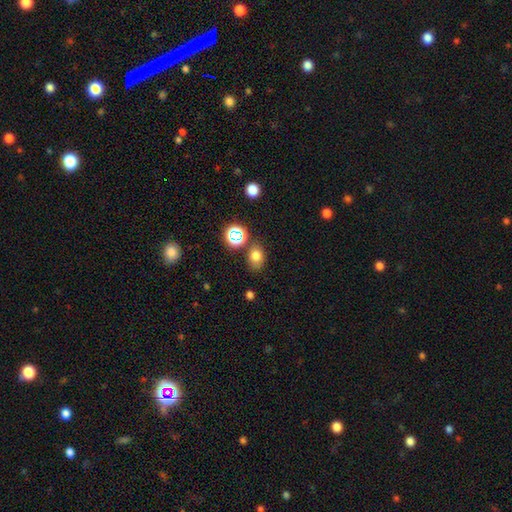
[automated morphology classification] Smooth or featured?
  - smooth: 75% *
  - star or artifact: 17%
  - featured or disk: 8%
How rounded?
  - in between: 64% *
  - round: 34%
  - cigar-shaped: 1%
Merging?
  - none: 74% *
  - minor disturbance: 15%
  - merger: 8%
  - major disturbance: 4%